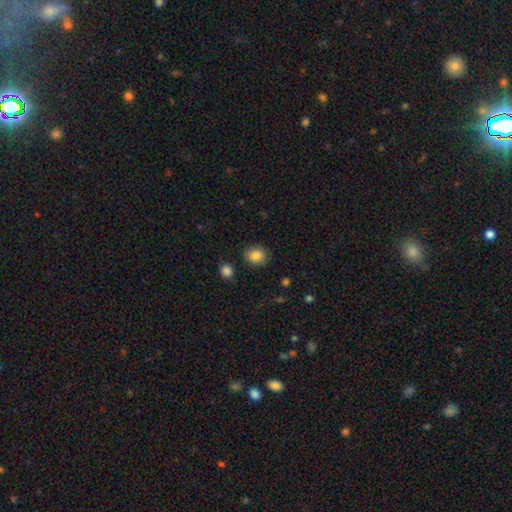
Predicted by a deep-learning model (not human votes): Smooth or featured? smooth (86%)
How rounded? round (70%)
Merging? none (87%)